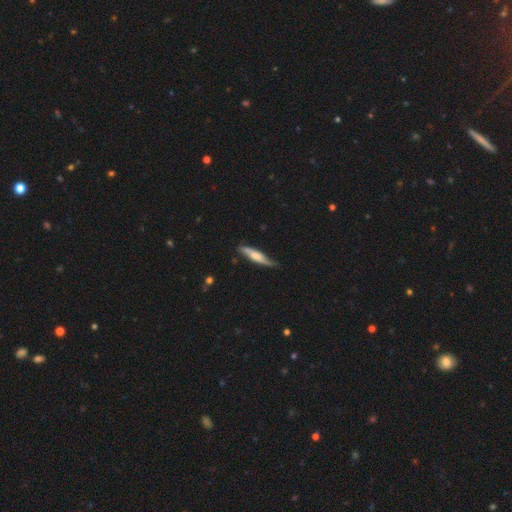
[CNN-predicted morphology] smooth_or_featured: featured or disk (p=0.48) [alt: smooth p=0.46]
merging: none (p=0.70) [alt: minor disturbance p=0.23]